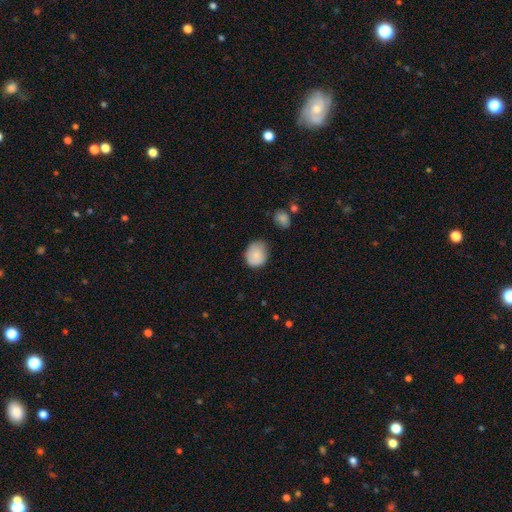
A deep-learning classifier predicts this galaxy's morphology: Smooth or featured: smooth — 86% (star or artifact — 8%)
How rounded: round — 70% (in between — 29%)
Merging: none — 64% (minor disturbance — 28%)